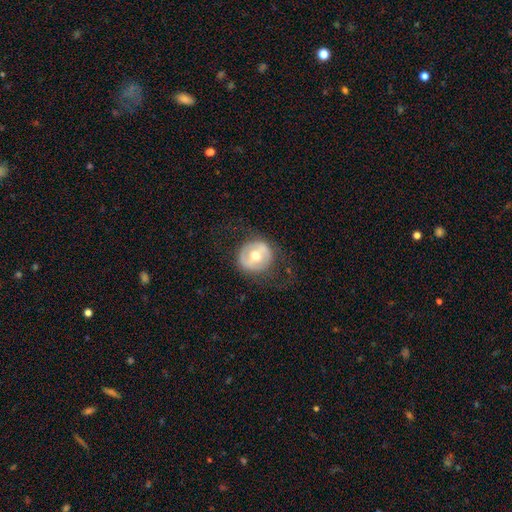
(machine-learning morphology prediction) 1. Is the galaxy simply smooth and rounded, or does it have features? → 52% featured or disk, 41% smooth, 7% star or artifact.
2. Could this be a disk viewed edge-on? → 95% no, 5% yes.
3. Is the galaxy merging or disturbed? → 70% none, 17% minor disturbance, 12% major disturbance, 1% merger.